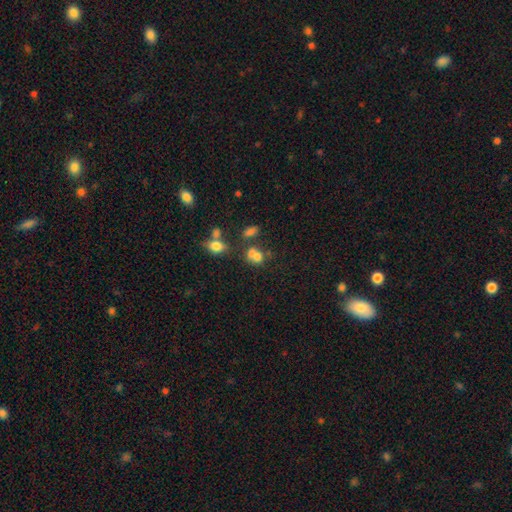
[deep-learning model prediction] Morphology: type=smooth (69%); roundness=round (60%); merging=merger (45%).